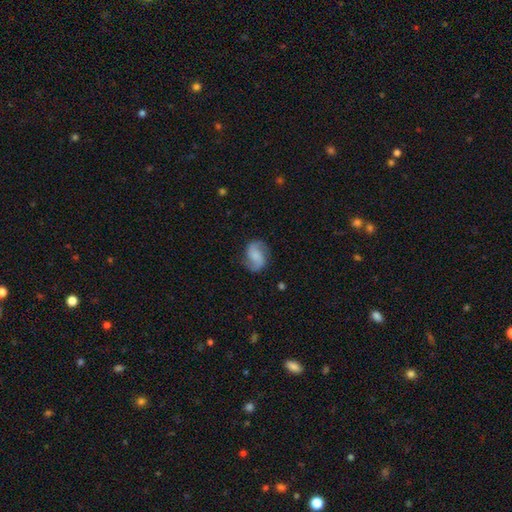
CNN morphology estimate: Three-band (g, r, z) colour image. It shows a featured or disk galaxy (70%) with no bar (52%), 2 (92%) loose (47%) spiral arms (95%) and no central bulge (45%). Merging: none (79%).